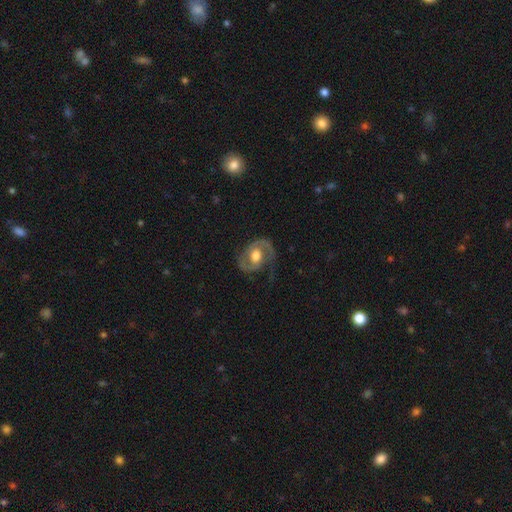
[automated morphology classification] type=featured or disk (79%); edge-on=no (97%); bar=no (60%); spiral arms=yes (87%); winding=medium (49%); arm count=2 (82%); bulge=moderate (59%); merging=none (64%).